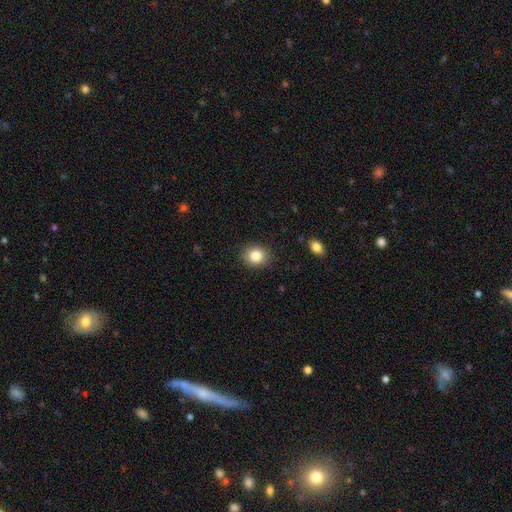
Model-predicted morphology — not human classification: Q: Smooth or featured?
A: smooth (84%); runner-up: star or artifact (10%)
Q: How rounded?
A: round (64%); runner-up: in between (35%)
Q: Merging?
A: none (88%); runner-up: minor disturbance (9%)